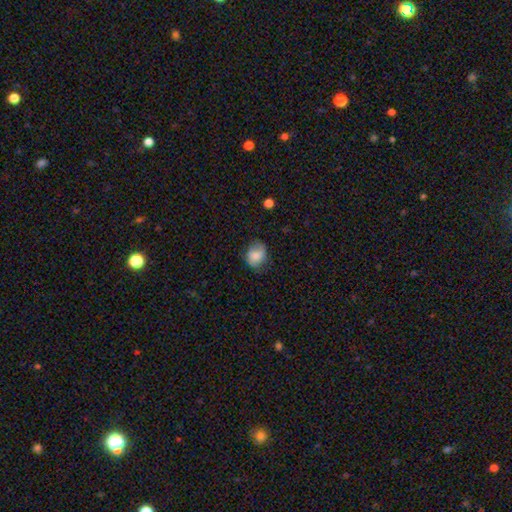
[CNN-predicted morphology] Smooth or featured: smooth — 77% (featured or disk — 15%)
How rounded: round — 52% (in between — 46%)
Merging: none — 62% (minor disturbance — 27%)